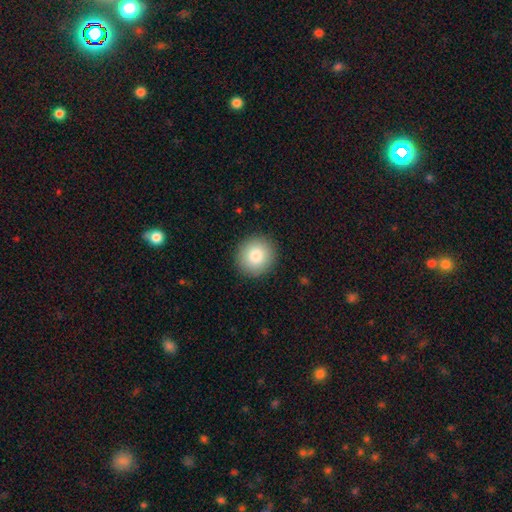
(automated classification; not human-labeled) Morphology: type=smooth (83%); roundness=round (92%); merging=none (92%).